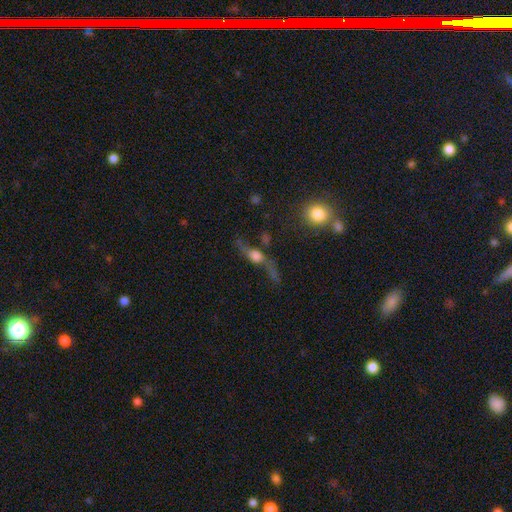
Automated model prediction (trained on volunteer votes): Smooth or featured? featured or disk (57%)
Edge-on disk? yes (59%)
Merging? none (48%)